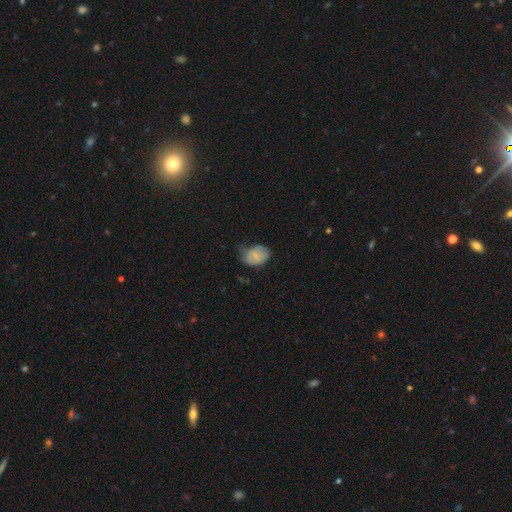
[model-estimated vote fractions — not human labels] Smooth or featured?
  - smooth: 73% *
  - featured or disk: 19%
  - star or artifact: 8%
How rounded?
  - in between: 74% *
  - round: 25%
  - cigar-shaped: 1%
Merging?
  - minor disturbance: 43% *
  - none: 38%
  - major disturbance: 17%
  - merger: 2%